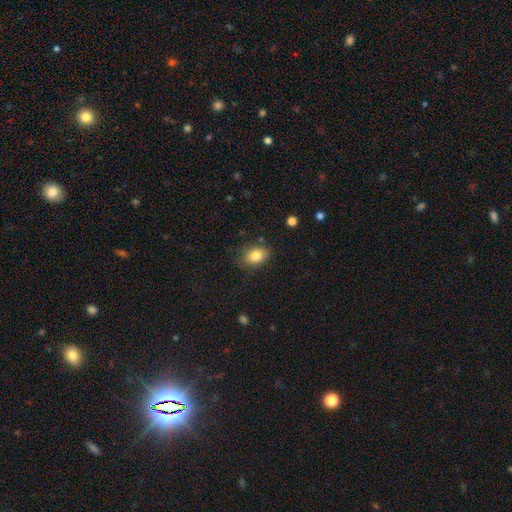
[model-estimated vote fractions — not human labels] Smooth or featured?
  - smooth: 83% *
  - star or artifact: 9%
  - featured or disk: 8%
How rounded?
  - in between: 78% *
  - round: 21%
  - cigar-shaped: 1%
Merging?
  - none: 79% *
  - minor disturbance: 15%
  - major disturbance: 4%
  - merger: 2%